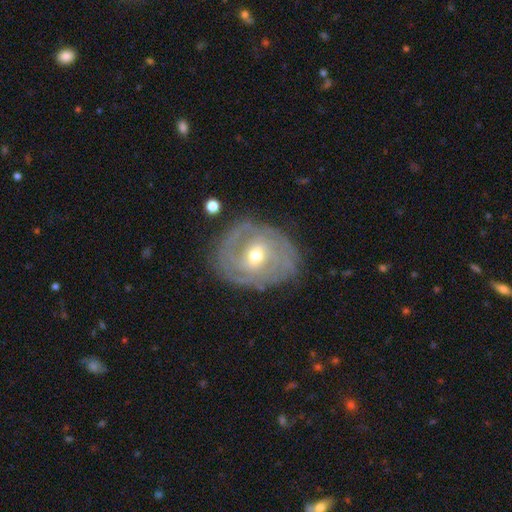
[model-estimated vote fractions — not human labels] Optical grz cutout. It shows a featured or disk galaxy (83%) with a weak bar (52%), tight (69%) spiral arms (90%) and a moderate central bulge (62%). Merging: none (78%).